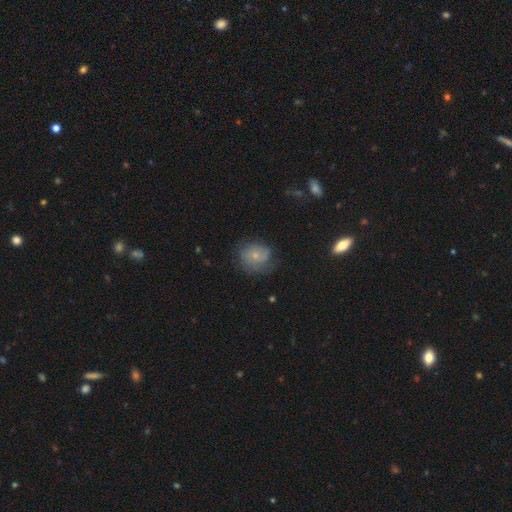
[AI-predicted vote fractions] Smooth or featured: smooth — 48% (featured or disk — 43%)
Merging: none — 59% (minor disturbance — 26%)